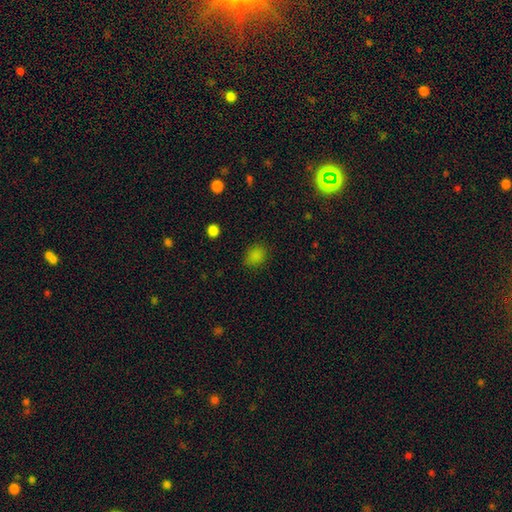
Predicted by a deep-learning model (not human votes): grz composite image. It shows a smooth galaxy with no disk features (81%) that is round (50%). Merging: none (80%).